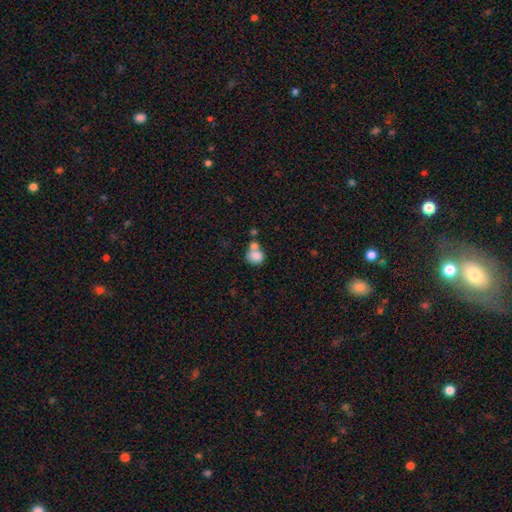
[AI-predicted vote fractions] Q: Smooth or featured?
A: smooth (80%); runner-up: featured or disk (11%)
Q: How rounded?
A: round (74%); runner-up: in between (25%)
Q: Merging?
A: merger (49%); runner-up: none (35%)